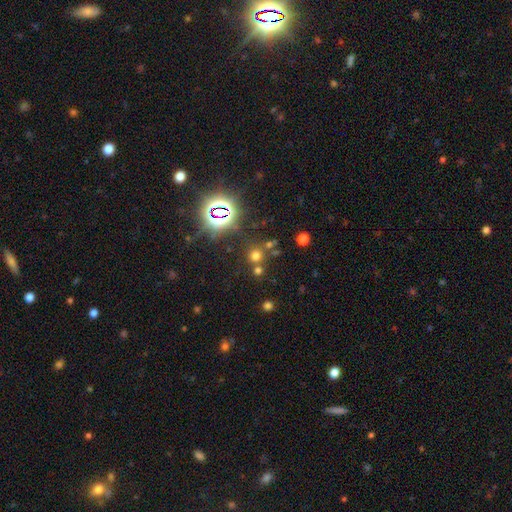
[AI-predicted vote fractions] This is possibly a smooth galaxy (53%). How rounded: clearly round (91%). Merging: likely none (70%).